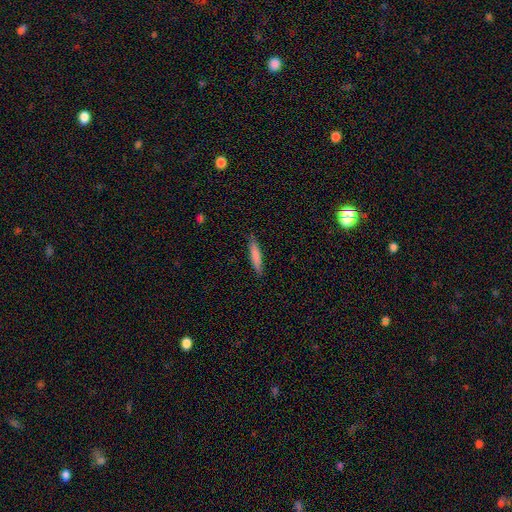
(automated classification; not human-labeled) Q: Smooth or featured?
A: smooth (78%); runner-up: featured or disk (16%)
Q: How rounded?
A: cigar-shaped (89%); runner-up: in between (10%)
Q: Merging?
A: none (87%); runner-up: minor disturbance (10%)